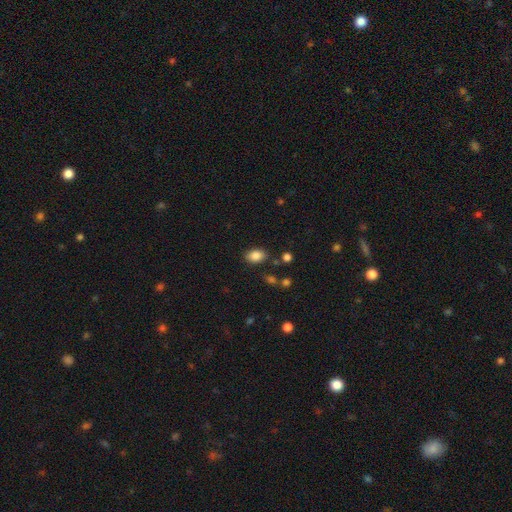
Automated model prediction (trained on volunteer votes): This is clearly a smooth galaxy (85%). How rounded: clearly in between (83%). Merging: clearly none (82%).